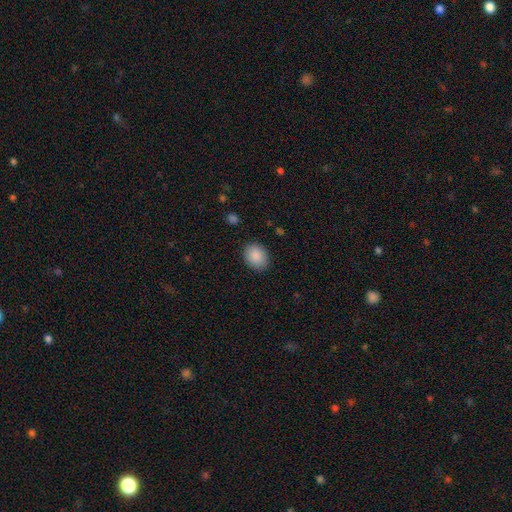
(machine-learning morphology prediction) smooth_or_featured: smooth (p=0.89) [alt: star or artifact p=0.07]
how_rounded: in between (p=0.58) [alt: round p=0.41]
merging: none (p=0.87) [alt: minor disturbance p=0.10]